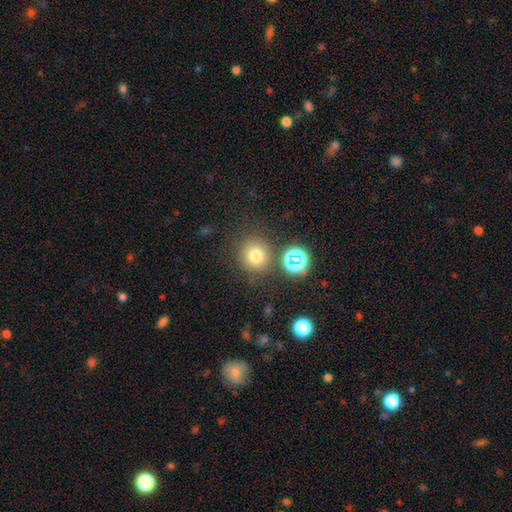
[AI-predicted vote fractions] Smooth or featured? Predicted: smooth (p=0.73). How rounded? Predicted: round (p=0.90). Merging? Predicted: none (p=0.79).